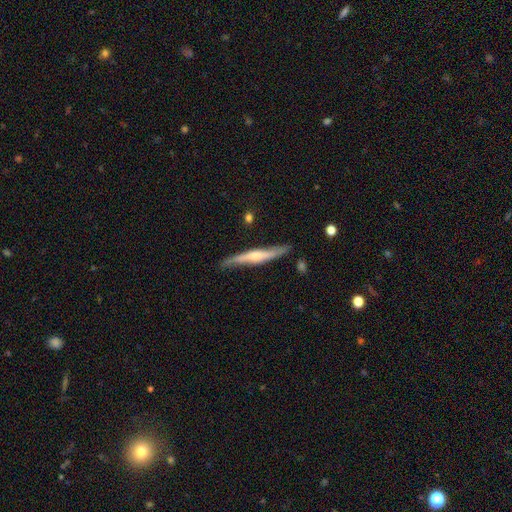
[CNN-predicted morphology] Overall: featured or disk (67%; smooth 28%). Edge-on disk: yes (89%). Edge-on bulge: rounded (67%). Merging: none (76%).